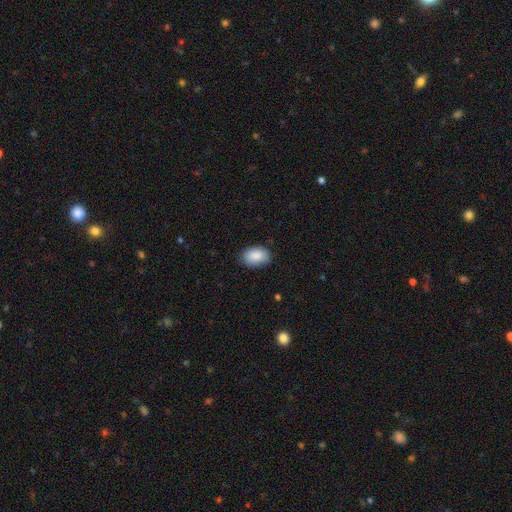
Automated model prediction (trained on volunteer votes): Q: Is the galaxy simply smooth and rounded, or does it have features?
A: smooth — 88%.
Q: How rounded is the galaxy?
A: in between — 86%.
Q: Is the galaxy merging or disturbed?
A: none — 80%.